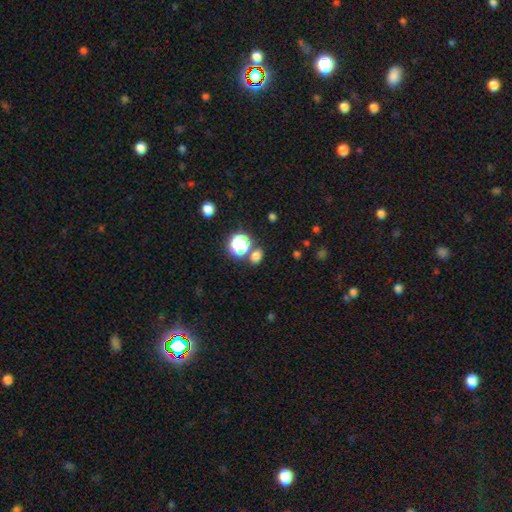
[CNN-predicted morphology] A smooth galaxy with no disk features (72%) that is round (51%). Merging: none (73%).